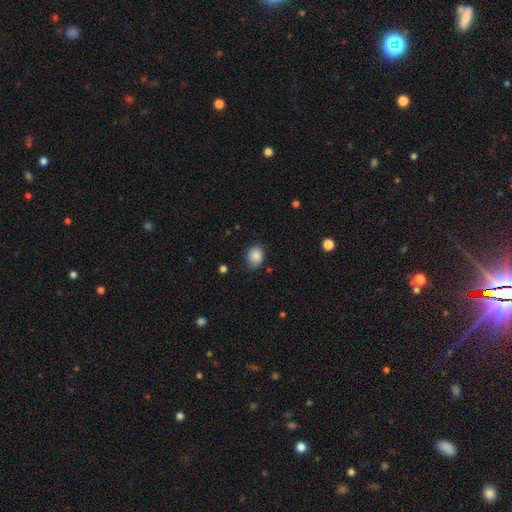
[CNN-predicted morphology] A smooth galaxy with no disk features (85%) that is in between round and cigar-shaped (51%). Merging: none (59%).